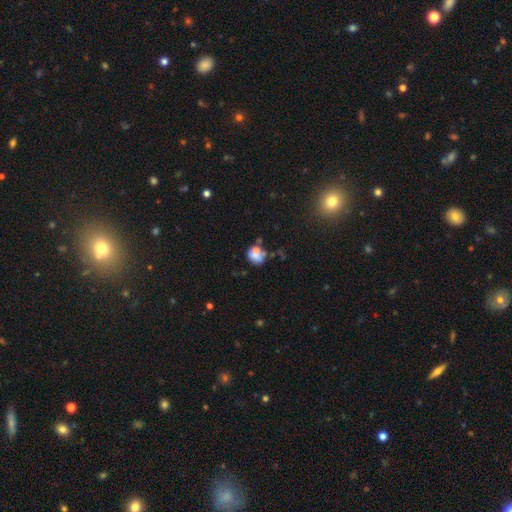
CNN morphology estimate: Smooth or featured?
  - smooth: 61% *
  - featured or disk: 26%
  - star or artifact: 13%
How rounded?
  - round: 58% *
  - in between: 41%
  - cigar-shaped: 1%
Merging?
  - none: 37% *
  - merger: 25%
  - minor disturbance: 23%
  - major disturbance: 15%